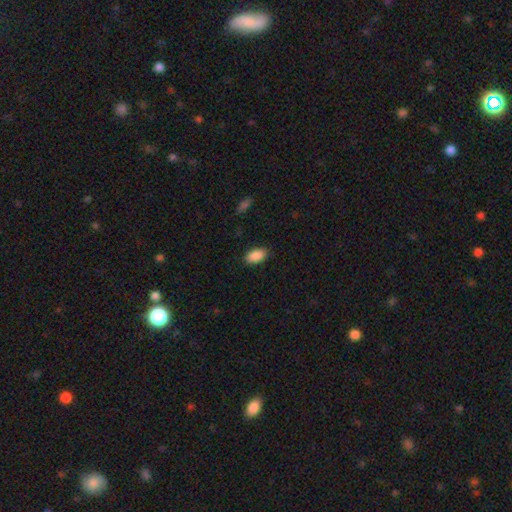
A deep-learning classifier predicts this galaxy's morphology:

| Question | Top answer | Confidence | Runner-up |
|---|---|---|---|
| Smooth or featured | smooth | 90% | star or artifact (7%) |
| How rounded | in between | 94% | round (4%) |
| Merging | none | 87% | minor disturbance (9%) |